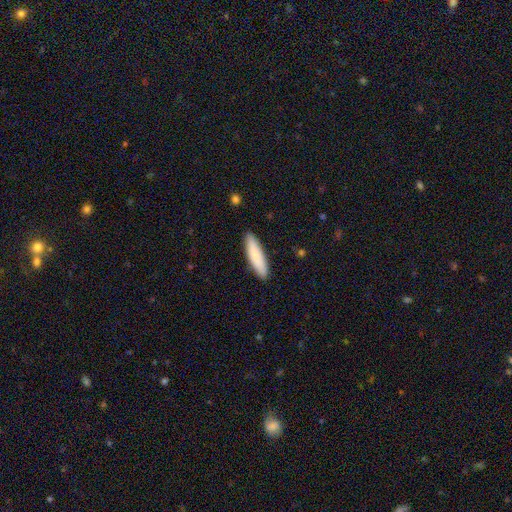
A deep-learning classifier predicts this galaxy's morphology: Overall: smooth (79%). How rounded: cigar-shaped (72%). Merging: none (90%).